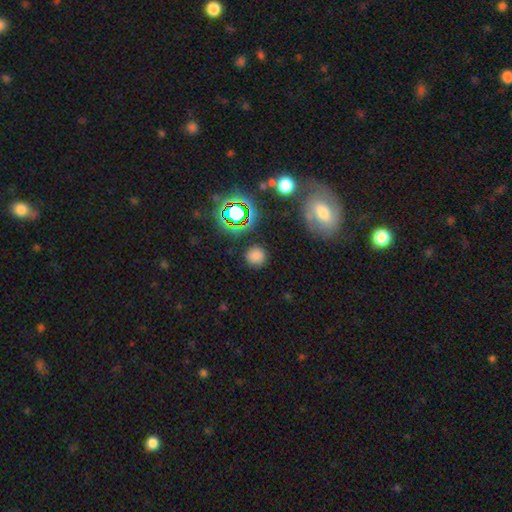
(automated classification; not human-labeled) Overall: smooth (74%). How rounded: round (91%). Merging: none (86%).